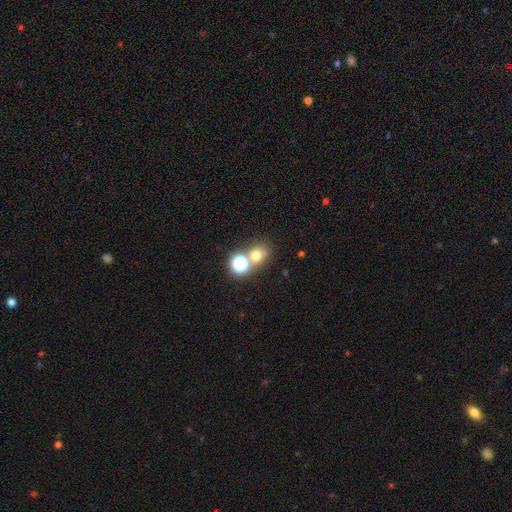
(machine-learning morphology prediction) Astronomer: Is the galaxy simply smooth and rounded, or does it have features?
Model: smooth — 67%.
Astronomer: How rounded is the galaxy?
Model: round — 73%.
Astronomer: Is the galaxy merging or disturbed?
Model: none — 55% (runner-up: merger, 33%).